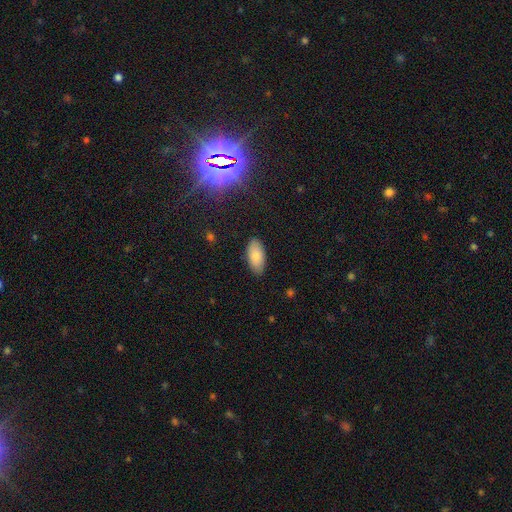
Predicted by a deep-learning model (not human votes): Overall: smooth (85%). How rounded: in between (93%). Merging: none (87%).